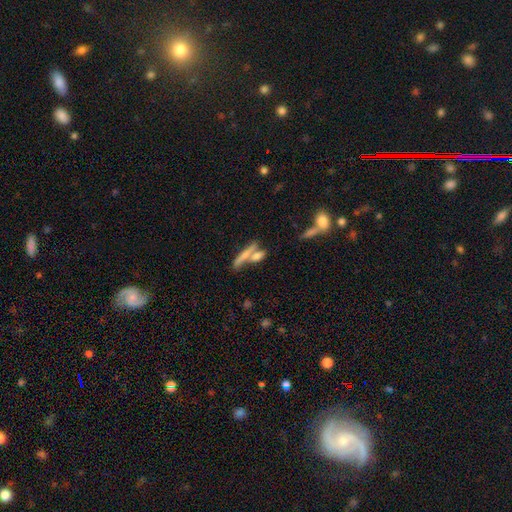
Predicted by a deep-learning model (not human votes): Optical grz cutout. It shows a smooth galaxy with no disk features (60%) that is cigar-shaped (70%). Merging: none (45%).